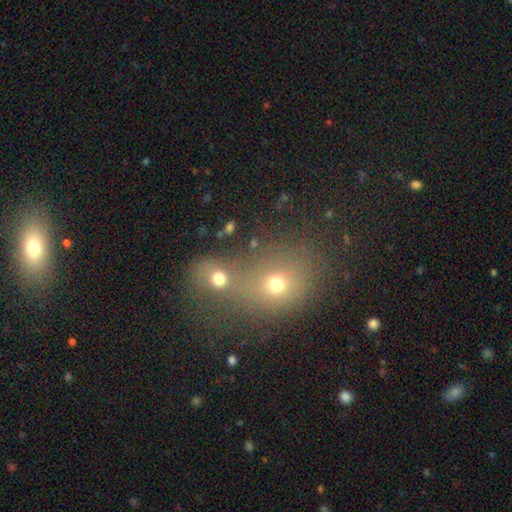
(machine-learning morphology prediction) This appears to be a smooth galaxy with no disk features (55%) that is round (62%). Merging: merger (49%).